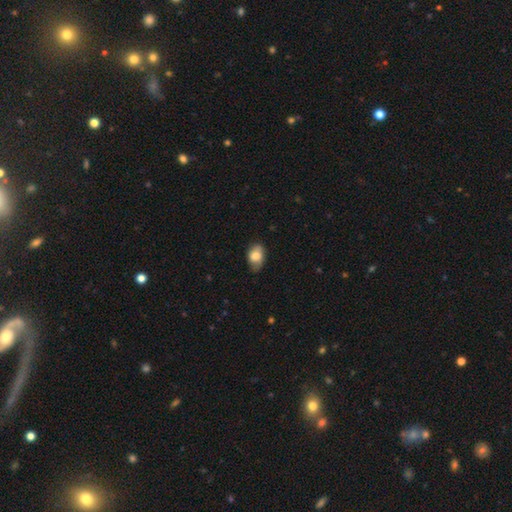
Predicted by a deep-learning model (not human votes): Smooth or featured: smooth — 75% (featured or disk — 17%)
How rounded: in between — 83% (round — 16%)
Merging: none — 67% (minor disturbance — 27%)